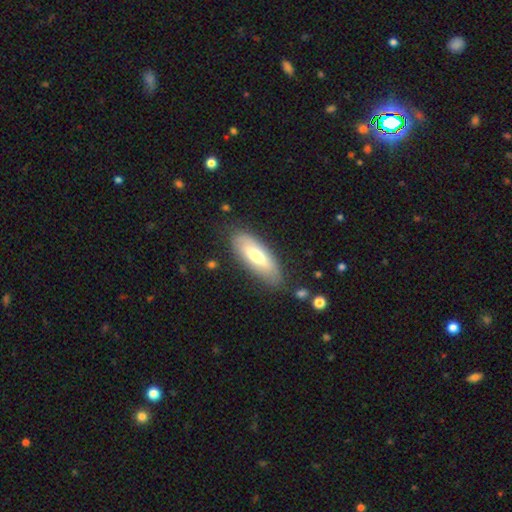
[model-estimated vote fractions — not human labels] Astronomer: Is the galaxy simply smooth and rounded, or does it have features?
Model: smooth — 61%.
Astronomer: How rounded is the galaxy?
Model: in between — 70%.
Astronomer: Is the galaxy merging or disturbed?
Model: none — 78%.